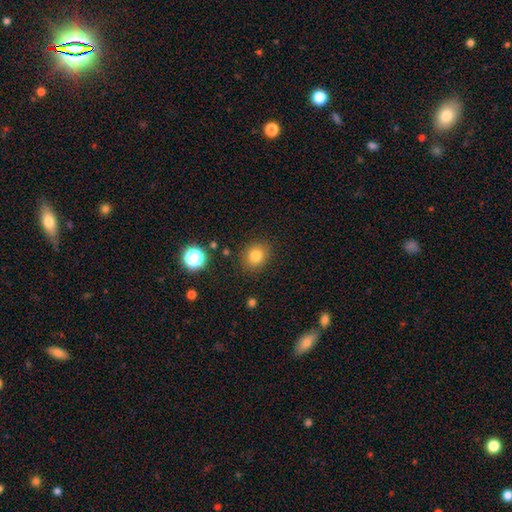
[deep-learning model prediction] A smooth galaxy with no disk features (80%) that is round (71%).

Vote fractions:
- Smooth or featured? smooth: 80% / star or artifact: 13% / featured or disk: 7%
- How rounded? round: 71% / in between: 28% / cigar-shaped: 1%
- Merging? none: 86% / minor disturbance: 9% / major disturbance: 3% / merger: 2%